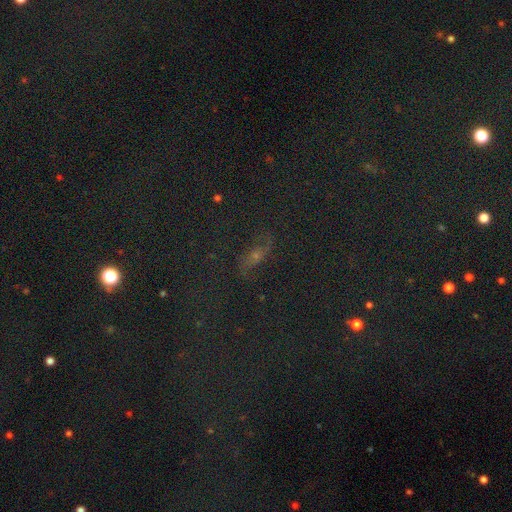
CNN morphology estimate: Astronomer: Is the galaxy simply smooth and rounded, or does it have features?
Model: star or artifact — 41% (runner-up: featured or disk, 32%).